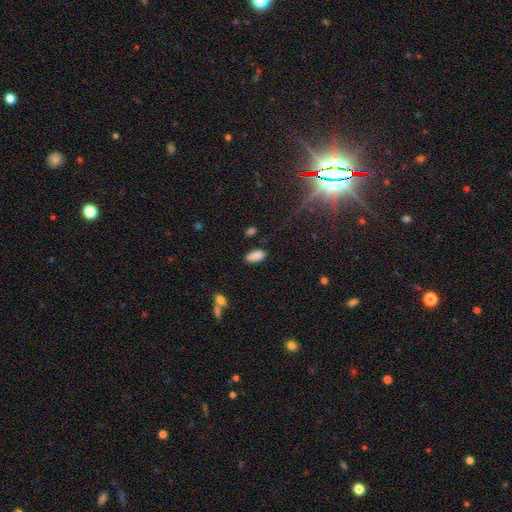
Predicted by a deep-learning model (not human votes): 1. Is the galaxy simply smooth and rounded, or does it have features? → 87% smooth, 9% star or artifact, 4% featured or disk.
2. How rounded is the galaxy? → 90% in between, 8% cigar-shaped, 2% round.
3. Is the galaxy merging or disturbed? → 83% none, 12% minor disturbance, 3% major disturbance, 3% merger.